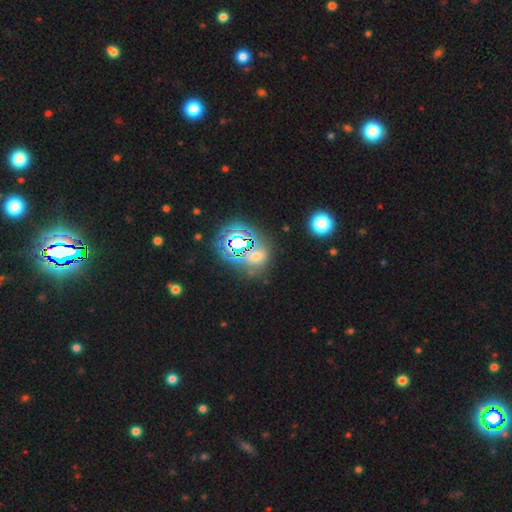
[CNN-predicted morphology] type=star or artifact (53%).